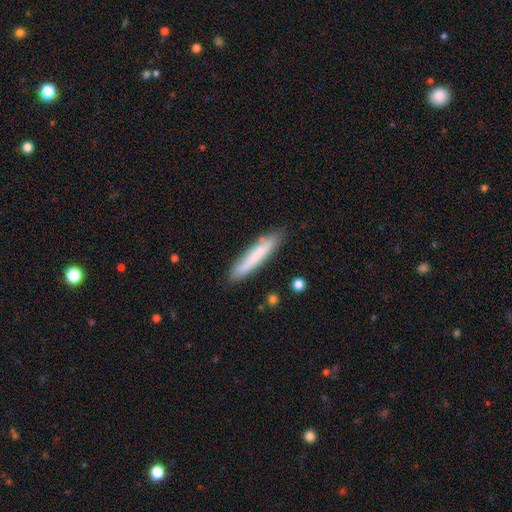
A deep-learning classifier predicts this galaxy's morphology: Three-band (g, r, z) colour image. It shows a smooth galaxy with no disk features (74%) that is cigar-shaped (91%). Merging: none (84%).